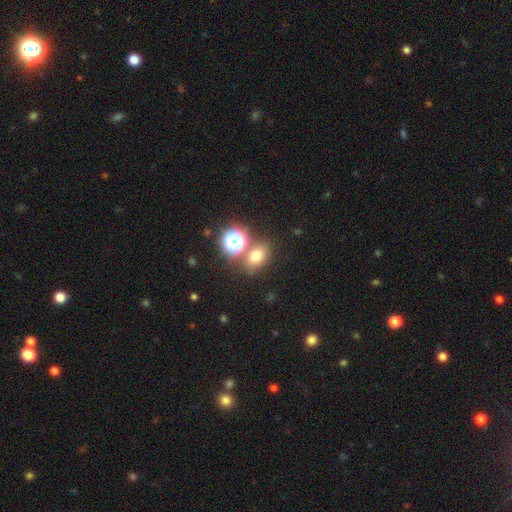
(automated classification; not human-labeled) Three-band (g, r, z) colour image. It shows a smooth galaxy with no disk features (68%) that is in between round and cigar-shaped (56%). Merging: none (68%).